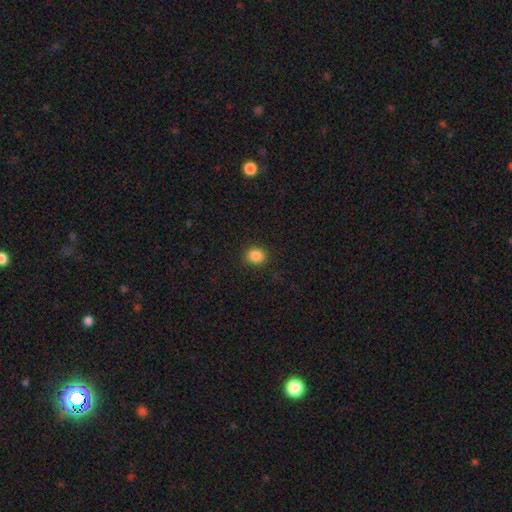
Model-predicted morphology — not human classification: Smooth or featured? smooth (86%)
How rounded? round (80%)
Merging? none (90%)